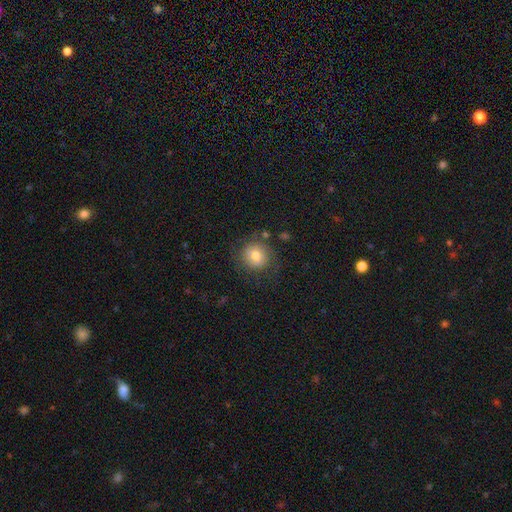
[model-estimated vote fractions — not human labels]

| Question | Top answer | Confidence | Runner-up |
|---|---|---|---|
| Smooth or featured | smooth | 72% | featured or disk (17%) |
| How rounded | round | 90% | in between (9%) |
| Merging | none | 78% | minor disturbance (13%) |